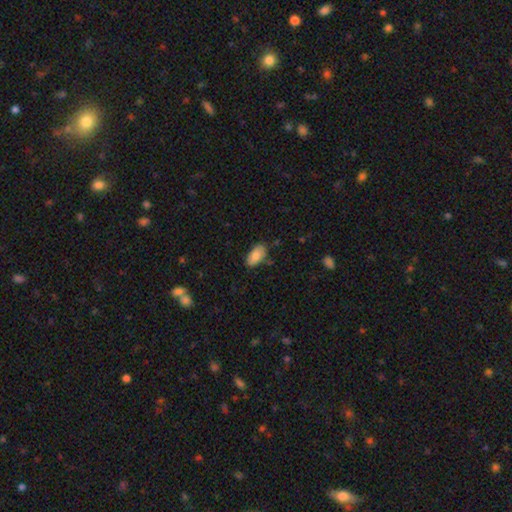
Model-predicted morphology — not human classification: type=smooth (85%); roundness=in between (94%); merging=none (73%).